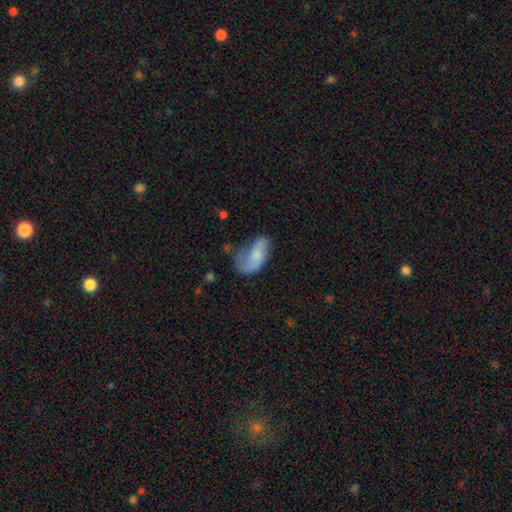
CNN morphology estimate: type=featured or disk (48%); merging=none (38%).